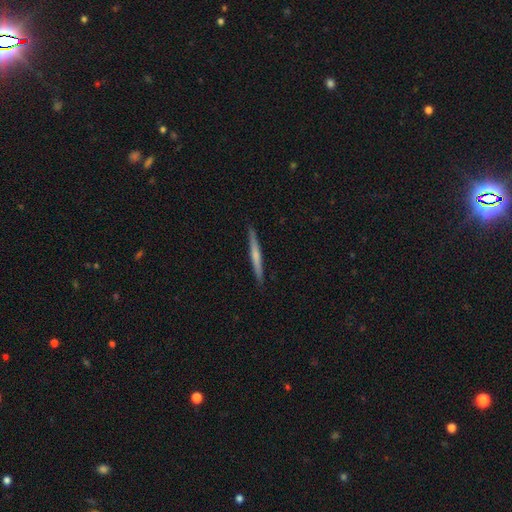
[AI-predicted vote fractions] Morphology: type=smooth (49%); merging=none (92%).